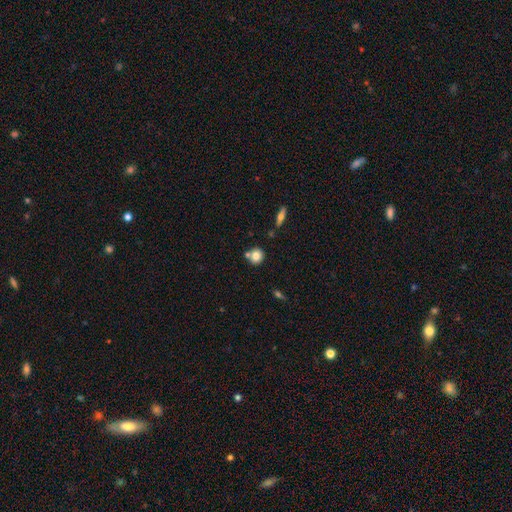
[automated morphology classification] Smooth or featured? Predicted: smooth (p=0.79). How rounded? Predicted: round (p=0.83). Merging? Predicted: none (p=0.66).